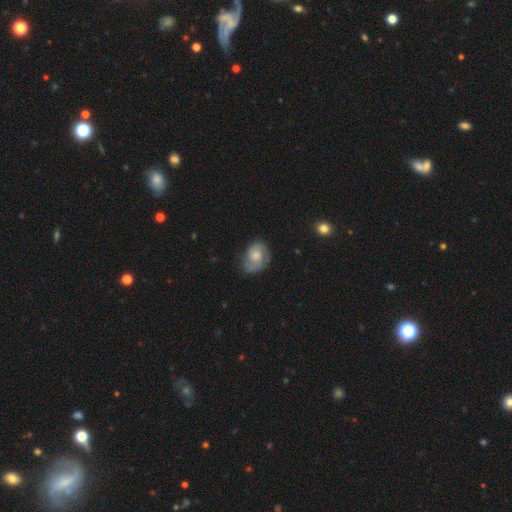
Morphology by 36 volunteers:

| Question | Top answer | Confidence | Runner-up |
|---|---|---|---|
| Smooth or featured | featured or disk | 53% | smooth (39%) |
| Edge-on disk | no | 100% | — |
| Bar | no | 84% | weak (11%) |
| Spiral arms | yes | 84% | no (16%) |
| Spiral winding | tight | 44% | medium (31%) |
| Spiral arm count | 2 | 62% | can't tell (31%) |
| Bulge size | moderate | 47% | small (42%) |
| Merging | none | 45% | minor disturbance (36%) |